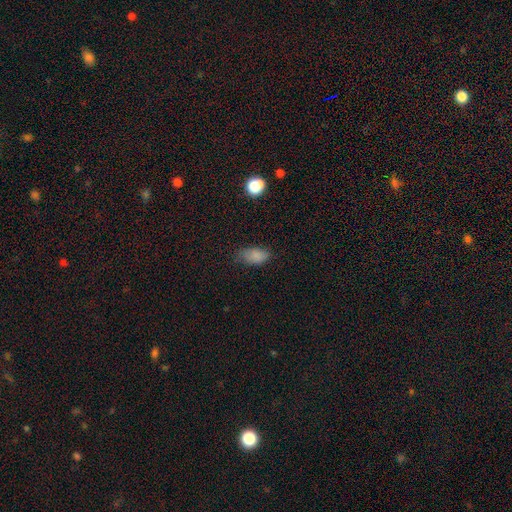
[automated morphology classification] Smooth or featured?
  - smooth: 82% *
  - star or artifact: 11%
  - featured or disk: 7%
How rounded?
  - in between: 90% *
  - round: 6%
  - cigar-shaped: 3%
Merging?
  - none: 65% *
  - minor disturbance: 26%
  - major disturbance: 7%
  - merger: 2%